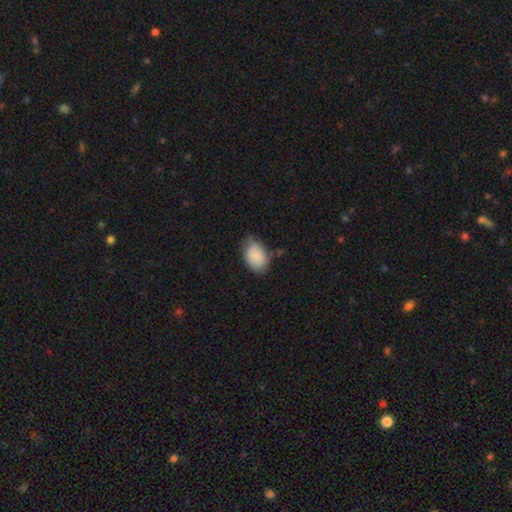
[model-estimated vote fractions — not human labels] This appears to be a smooth galaxy with no disk features (86%) that is in between round and cigar-shaped (86%). Merging: none (62%).